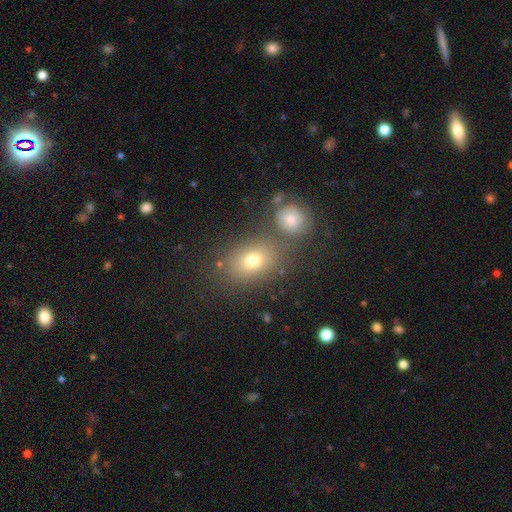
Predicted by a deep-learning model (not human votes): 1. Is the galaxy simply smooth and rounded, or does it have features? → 61% smooth, 25% star or artifact, 14% featured or disk.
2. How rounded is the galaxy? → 53% in between, 45% round, 2% cigar-shaped.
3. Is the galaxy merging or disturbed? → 62% none, 25% merger, 9% minor disturbance, 3% major disturbance.